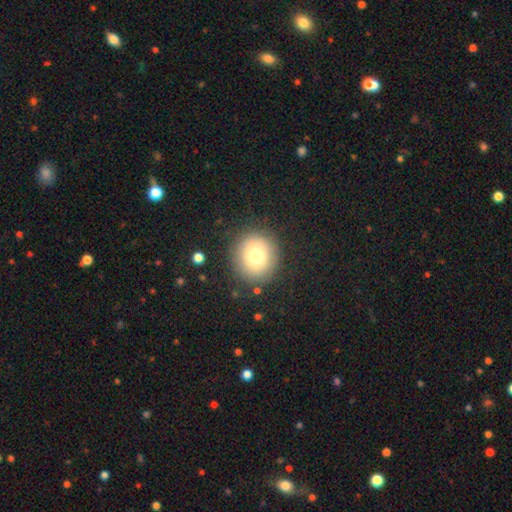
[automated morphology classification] smooth_or_featured: smooth (p=0.75) [alt: featured or disk p=0.13]
how_rounded: round (p=0.90) [alt: in between p=0.09]
merging: none (p=0.87) [alt: minor disturbance p=0.08]